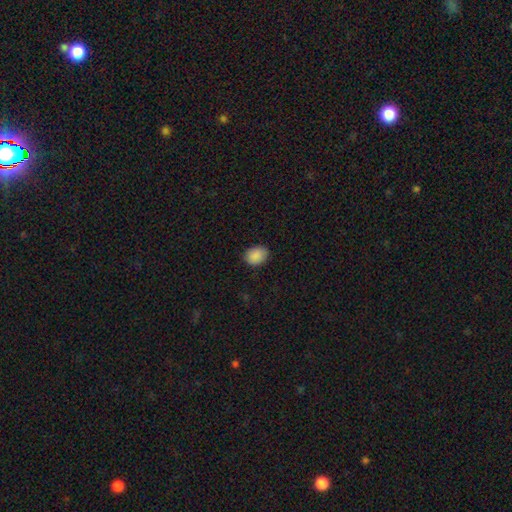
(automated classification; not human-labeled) Smooth or featured? Predicted: smooth (p=0.89). How rounded? Predicted: in between (p=0.57). Merging? Predicted: none (p=0.84).